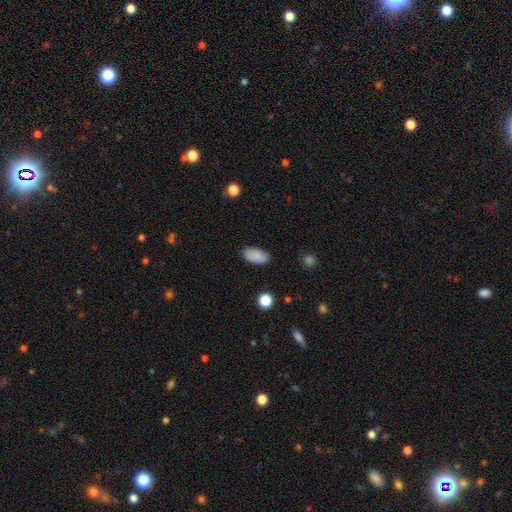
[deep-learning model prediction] Smooth or featured? Predicted: smooth (p=0.87). How rounded? Predicted: in between (p=0.92). Merging? Predicted: none (p=0.85).